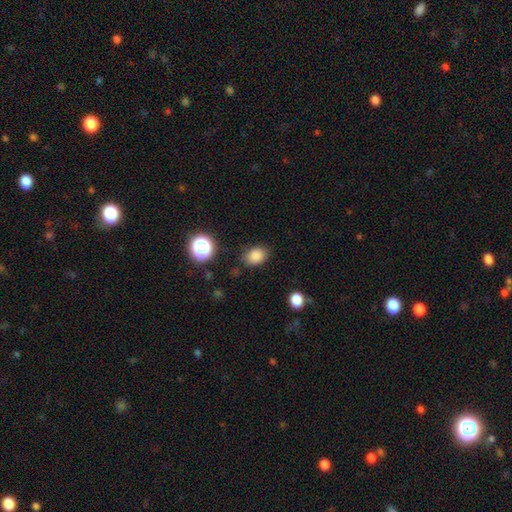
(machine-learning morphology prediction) A smooth galaxy with no disk features (84%) that is in between round and cigar-shaped (62%).

Vote fractions:
- Smooth or featured? smooth: 84% / star or artifact: 11% / featured or disk: 5%
- How rounded? in between: 62% / round: 37% / cigar-shaped: 1%
- Merging? none: 80% / minor disturbance: 14% / major disturbance: 4% / merger: 2%